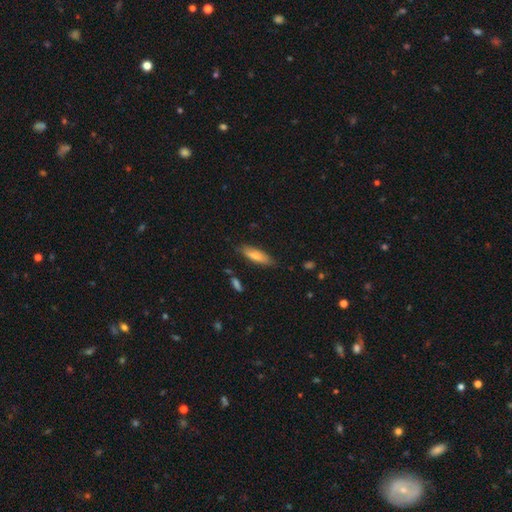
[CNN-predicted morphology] smooth 74%, featured or disk 19%, star or artifact 6%. Down the decision tree: how rounded — cigar-shaped (52%); merging — none (81%).